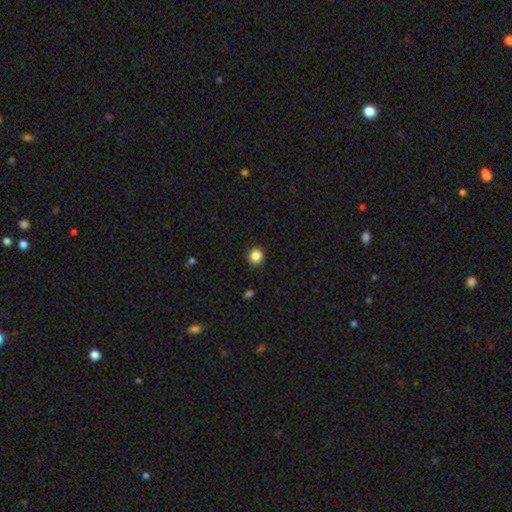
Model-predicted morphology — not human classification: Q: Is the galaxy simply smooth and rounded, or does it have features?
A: smooth — 86%.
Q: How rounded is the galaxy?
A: round — 88%.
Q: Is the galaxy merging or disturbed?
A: none — 90%.